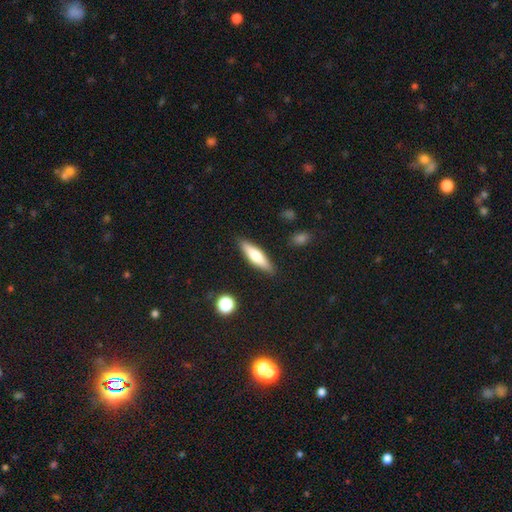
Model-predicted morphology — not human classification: The model was most divided on "smooth or featured": smooth: 60%, featured or disk: 34%, star or artifact: 6%. More confident: merging — none (88%); how rounded — cigar-shaped (69%).